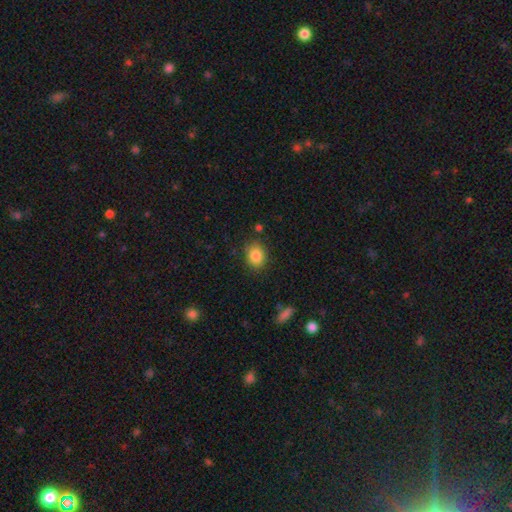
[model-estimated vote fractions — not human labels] Smooth or featured? Predicted: smooth (p=0.85). How rounded? Predicted: in between (p=0.53). Merging? Predicted: none (p=0.79).